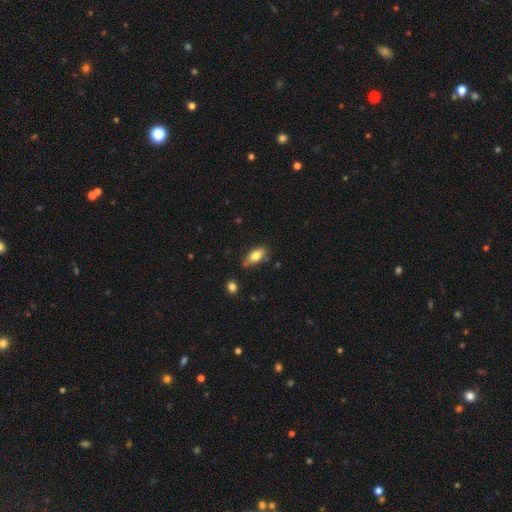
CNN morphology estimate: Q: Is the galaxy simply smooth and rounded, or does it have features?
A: smooth — 71%.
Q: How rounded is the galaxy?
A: in between — 77%.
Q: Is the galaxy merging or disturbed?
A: none — 77%.